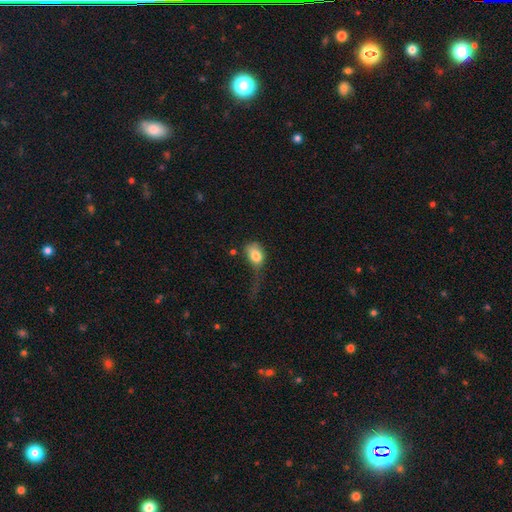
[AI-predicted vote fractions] Smooth or featured? smooth (78%)
How rounded? in between (74%)
Merging? major disturbance (47%)